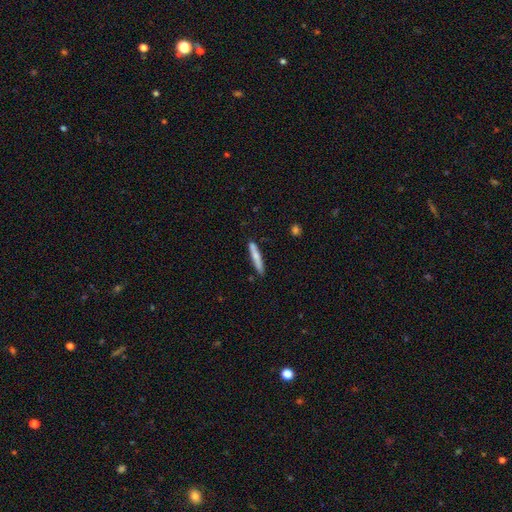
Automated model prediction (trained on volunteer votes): smooth 66%, featured or disk 28%, star or artifact 5%. Down the decision tree: how rounded — cigar-shaped (93%); merging — none (82%).